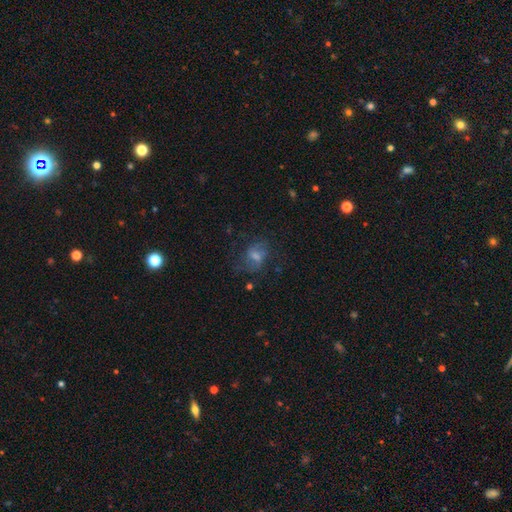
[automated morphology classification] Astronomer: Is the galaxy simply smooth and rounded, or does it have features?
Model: featured or disk — 42% (runner-up: smooth, 36%).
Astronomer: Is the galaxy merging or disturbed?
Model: none — 60%.